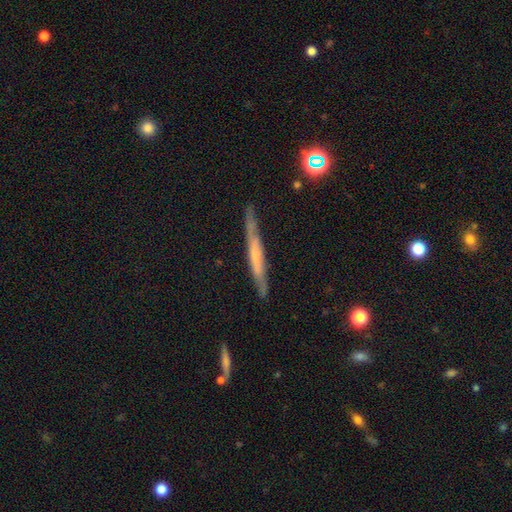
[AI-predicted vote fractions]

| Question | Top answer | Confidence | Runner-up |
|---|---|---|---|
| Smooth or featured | featured or disk | 61% | smooth (32%) |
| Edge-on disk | yes | 90% | no (10%) |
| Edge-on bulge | none | 58% | rounded (34%) |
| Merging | none | 82% | minor disturbance (14%) |